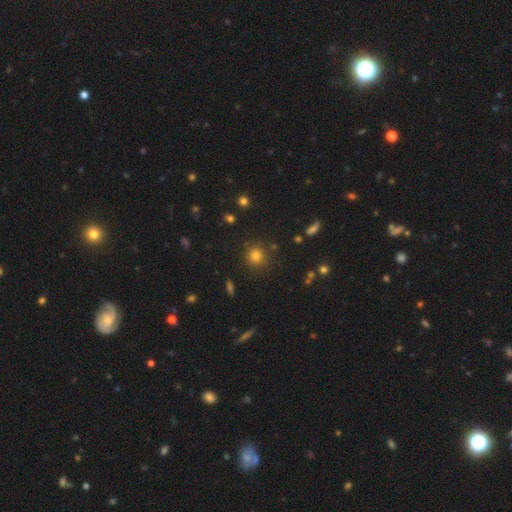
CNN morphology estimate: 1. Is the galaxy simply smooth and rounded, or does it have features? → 77% smooth, 17% star or artifact, 6% featured or disk.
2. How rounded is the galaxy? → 92% round, 7% in between, 1% cigar-shaped.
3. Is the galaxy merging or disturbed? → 87% none, 7% minor disturbance, 3% merger, 3% major disturbance.